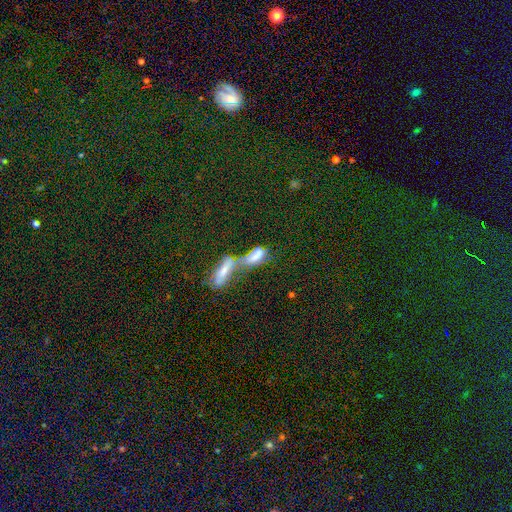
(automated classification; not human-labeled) smooth-or-featured: smooth: 52% | featured or disk: 27% | star or artifact: 22%
  how-rounded: in between: 60% | cigar-shaped: 34% | round: 6%
  merging: merger: 70% | none: 16% | major disturbance: 7% | minor disturbance: 7%